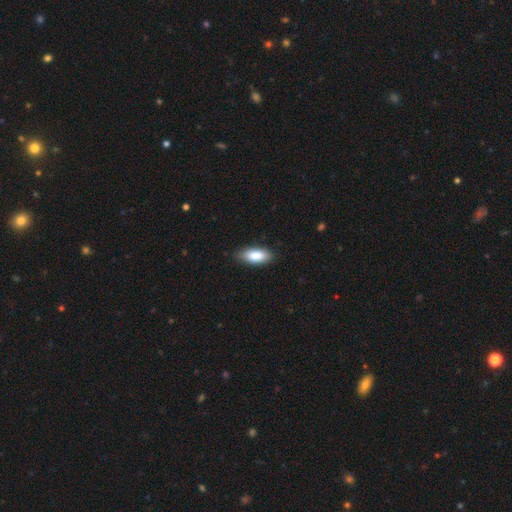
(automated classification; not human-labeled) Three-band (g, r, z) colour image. It shows a smooth galaxy with no disk features (85%) that is in between round and cigar-shaped (85%). Merging: none (83%).